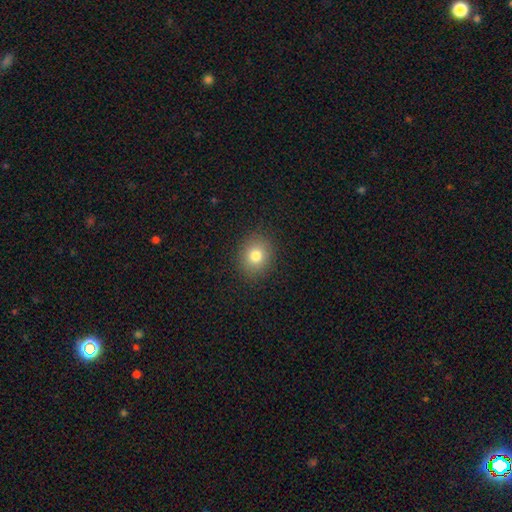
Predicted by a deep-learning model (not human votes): Smooth or featured? Predicted: smooth (p=0.79). How rounded? Predicted: round (p=0.69). Merging? Predicted: none (p=0.89).